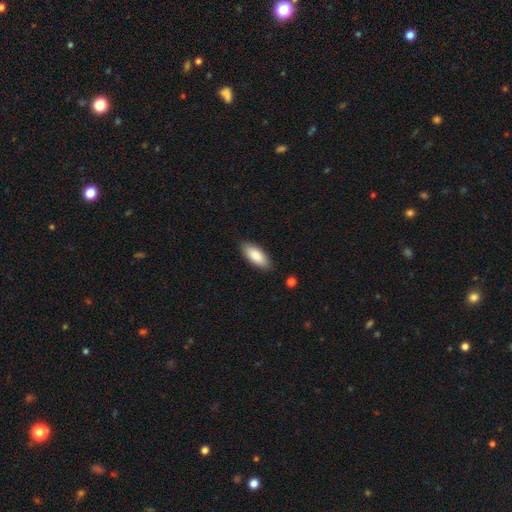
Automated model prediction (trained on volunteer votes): Smooth or featured? Predicted: smooth (p=0.87). How rounded? Predicted: in between (p=0.83). Merging? Predicted: none (p=0.87).